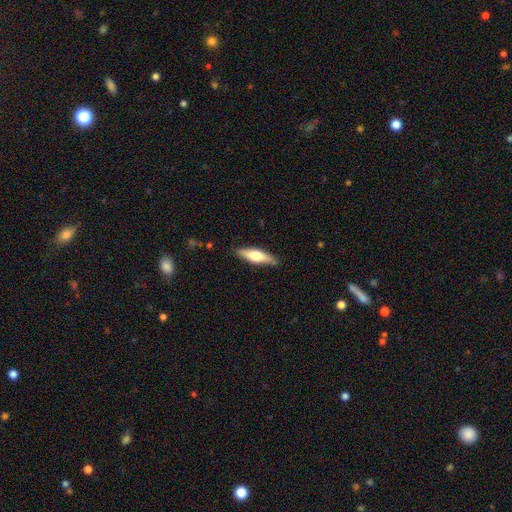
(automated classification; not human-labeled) This is possibly a smooth galaxy (54%). How rounded: possibly cigar-shaped (58%). Merging: clearly none (84%).